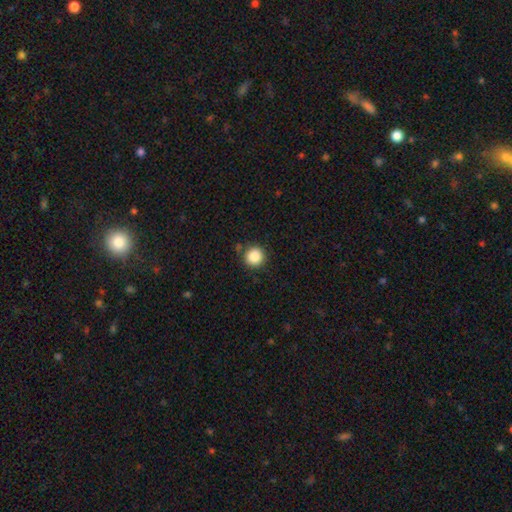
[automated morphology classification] type=smooth (87%); roundness=round (95%); merging=none (87%).